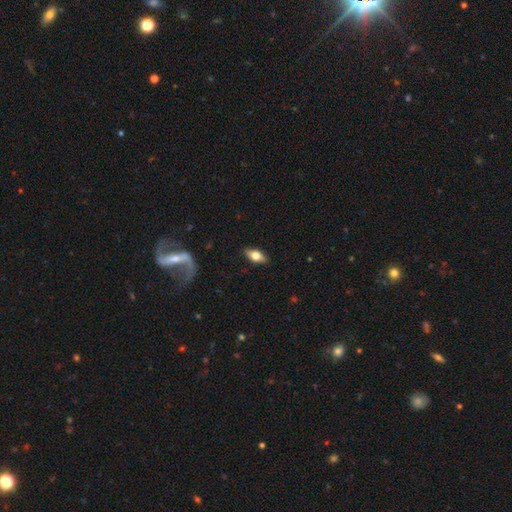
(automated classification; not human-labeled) This appears to be a smooth galaxy with no disk features (53%) that is in between round and cigar-shaped (78%). Merging: none (87%).